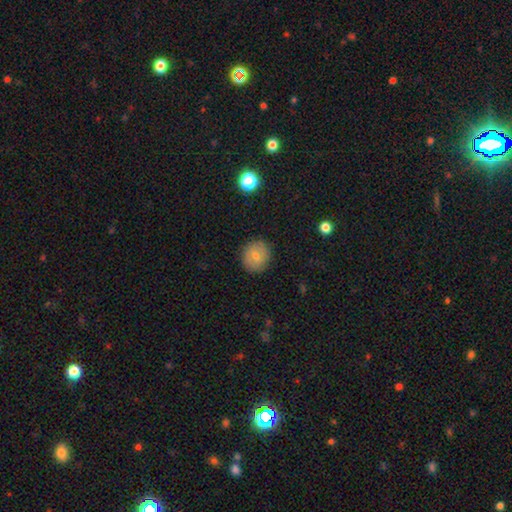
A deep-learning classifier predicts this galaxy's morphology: smooth-or-featured: smooth: 69% | featured or disk: 21% | star or artifact: 10%
  how-rounded: round: 86% | in between: 13% | cigar-shaped: 1%
  merging: none: 89% | minor disturbance: 8% | major disturbance: 2% | merger: 1%